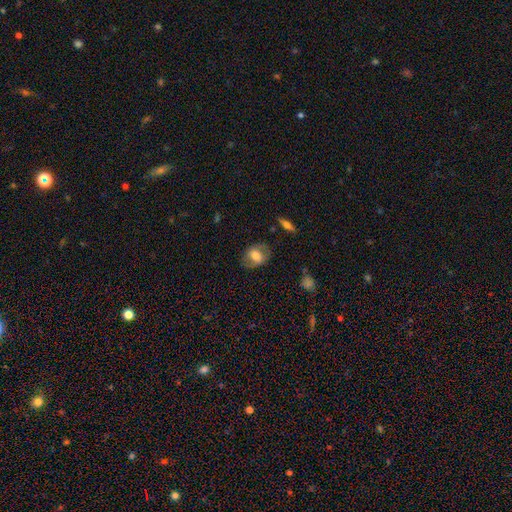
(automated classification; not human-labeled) A smooth galaxy with no disk features (57%) that is in between round and cigar-shaped (68%). Merging: none (74%).